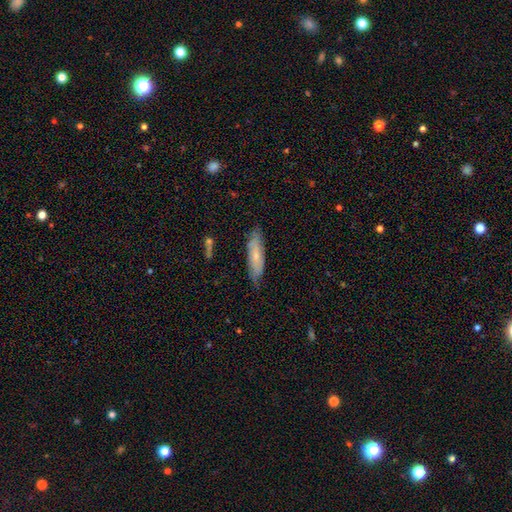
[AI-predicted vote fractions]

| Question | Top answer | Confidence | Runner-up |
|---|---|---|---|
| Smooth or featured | smooth | 53% | featured or disk (40%) |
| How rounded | cigar-shaped | 62% | in between (36%) |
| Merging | none | 74% | minor disturbance (21%) |